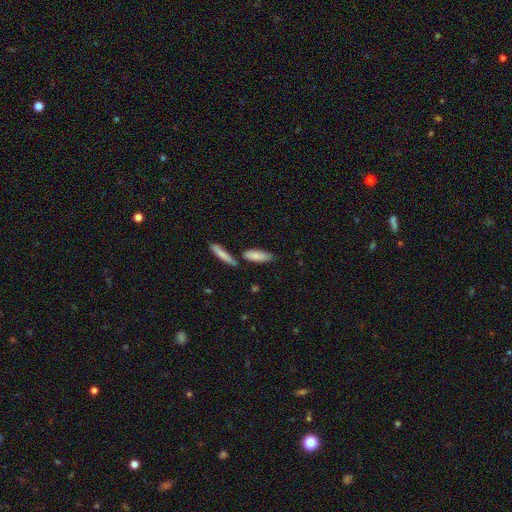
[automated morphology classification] Smooth or featured: smooth — 80% (featured or disk — 14%)
How rounded: in between — 53% (cigar-shaped — 45%)
Merging: none — 65% (merger — 18%)